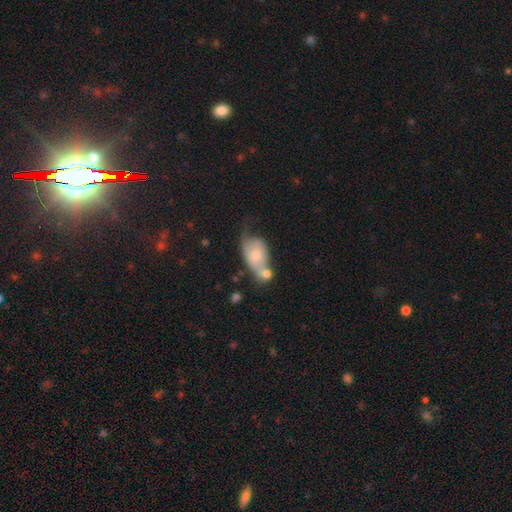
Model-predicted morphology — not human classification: Smooth or featured?
  - smooth: 57% *
  - featured or disk: 36%
  - star or artifact: 7%
How rounded?
  - in between: 83% *
  - round: 14%
  - cigar-shaped: 3%
Merging?
  - merger: 37% *
  - none: 22%
  - minor disturbance: 22%
  - major disturbance: 19%